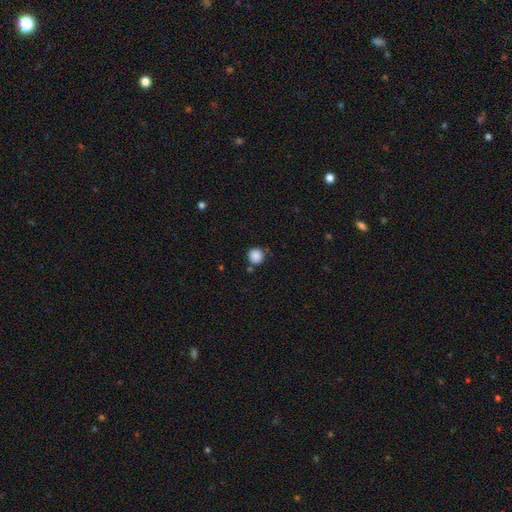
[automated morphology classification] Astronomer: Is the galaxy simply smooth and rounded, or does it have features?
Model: smooth — 87%.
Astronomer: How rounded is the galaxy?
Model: round — 93%.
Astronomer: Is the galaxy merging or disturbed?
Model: none — 77%.